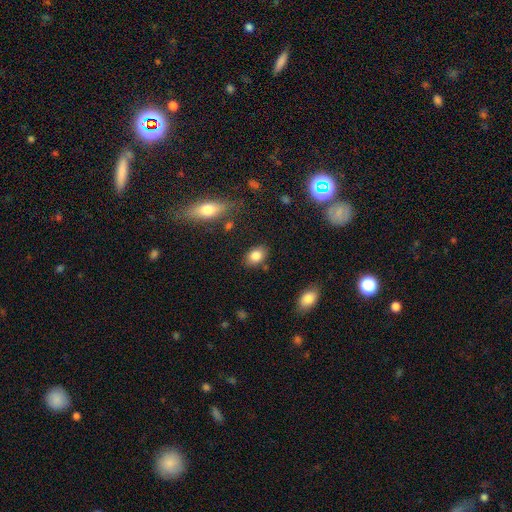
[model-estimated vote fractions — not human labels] Smooth or featured? smooth (84%)
How rounded? in between (79%)
Merging? none (83%)